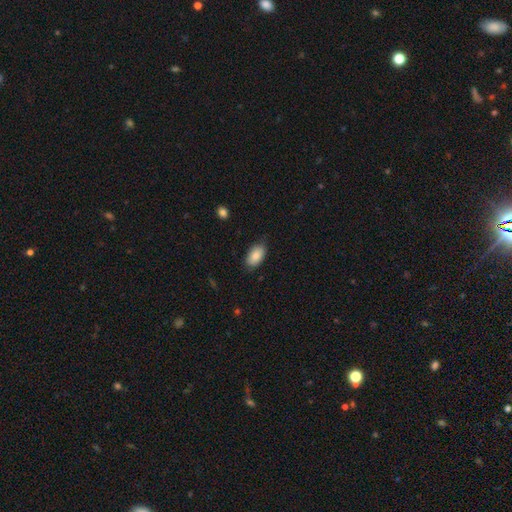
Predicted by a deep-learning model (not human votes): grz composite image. It shows a smooth galaxy with no disk features (86%) that is in between round and cigar-shaped (94%). Merging: none (80%).